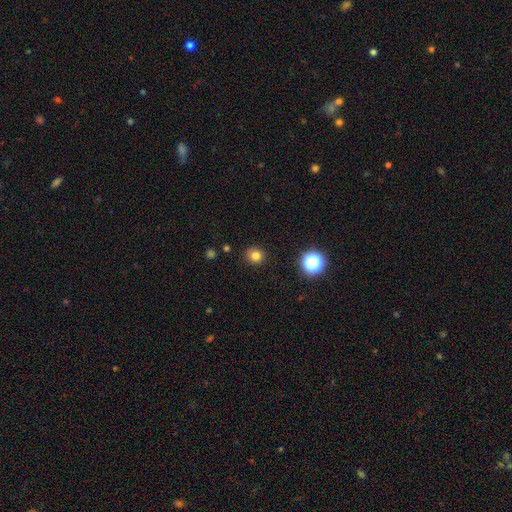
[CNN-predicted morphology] Smooth or featured?
  - smooth: 79% *
  - star or artifact: 15%
  - featured or disk: 6%
How rounded?
  - round: 84% *
  - in between: 15%
  - cigar-shaped: 1%
Merging?
  - none: 89% *
  - minor disturbance: 8%
  - major disturbance: 2%
  - merger: 1%